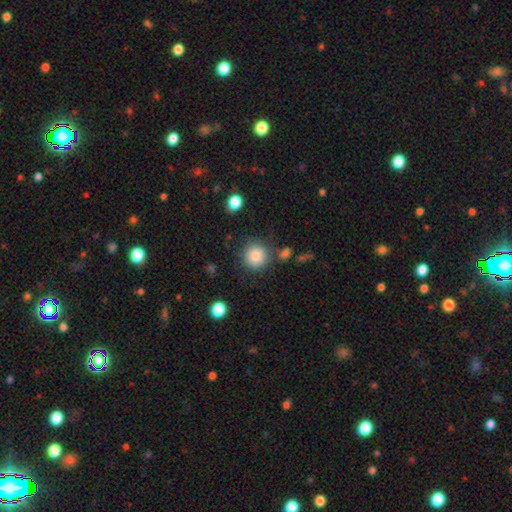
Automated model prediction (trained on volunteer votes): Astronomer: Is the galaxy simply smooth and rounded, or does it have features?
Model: smooth — 84%.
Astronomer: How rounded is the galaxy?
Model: round — 92%.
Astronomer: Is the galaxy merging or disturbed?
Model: none — 80%.